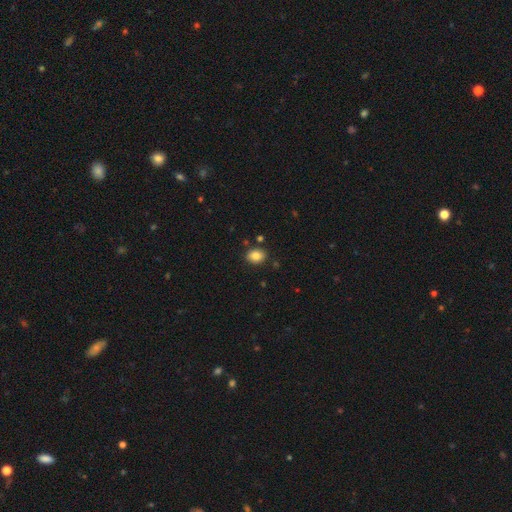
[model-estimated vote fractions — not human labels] This appears to be a smooth galaxy with no disk features (86%) that is in between round and cigar-shaped (62%). Merging: none (86%).